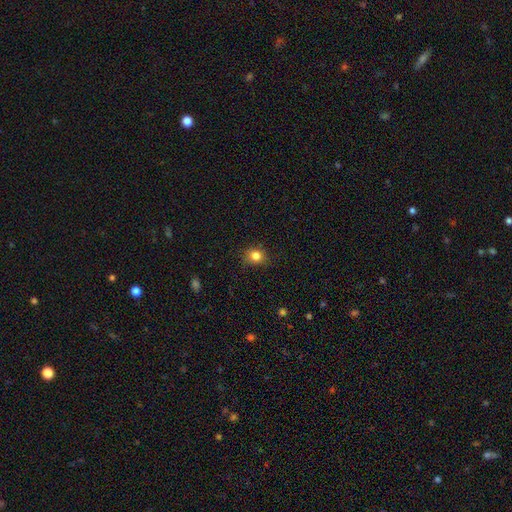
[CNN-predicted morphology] smooth 82%, star or artifact 12%, featured or disk 6%. Down the decision tree: how rounded — round (74%); merging — none (83%).